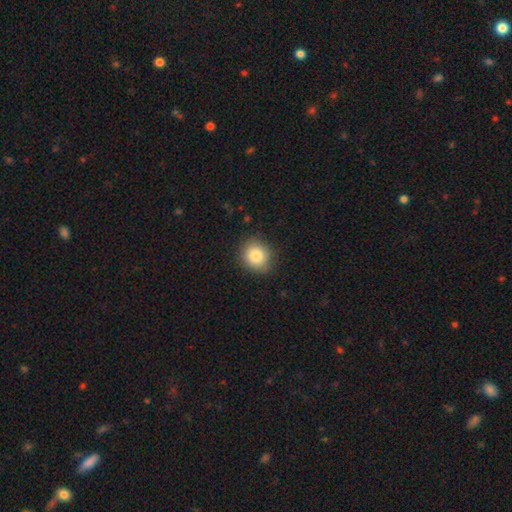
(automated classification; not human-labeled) Smooth or featured?
  - smooth: 83% *
  - star or artifact: 9%
  - featured or disk: 7%
How rounded?
  - round: 80% *
  - in between: 19%
  - cigar-shaped: 1%
Merging?
  - none: 87% *
  - minor disturbance: 10%
  - major disturbance: 2%
  - merger: 1%